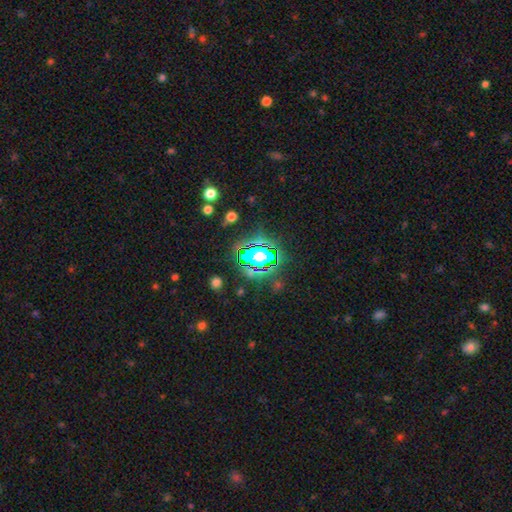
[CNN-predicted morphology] Q: Smooth or featured?
A: star or artifact (82%); runner-up: smooth (10%)